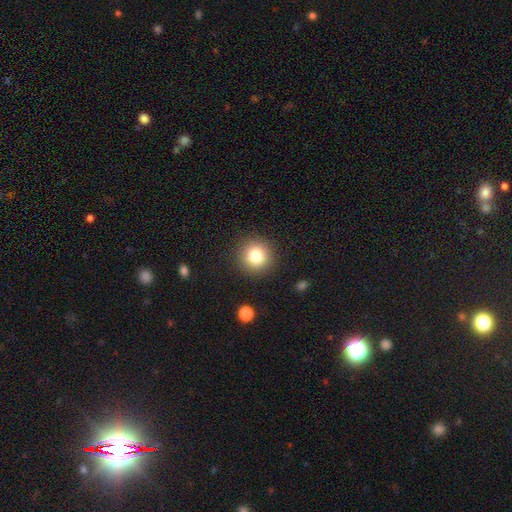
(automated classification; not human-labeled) smooth-or-featured: smooth: 80% | star or artifact: 12% | featured or disk: 8%
  how-rounded: round: 94% | in between: 5% | cigar-shaped: 1%
  merging: none: 90% | minor disturbance: 6% | major disturbance: 2% | merger: 1%